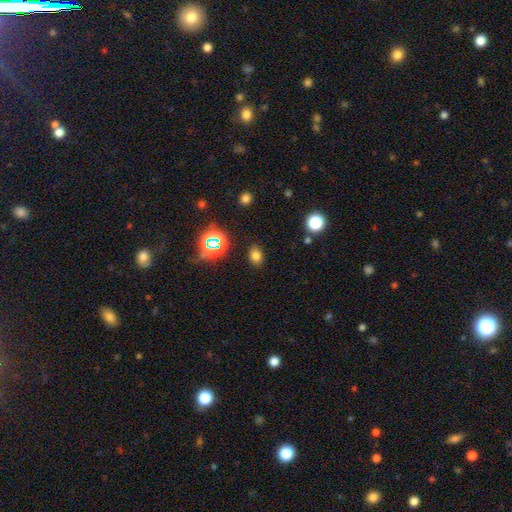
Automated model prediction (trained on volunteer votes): Smooth or featured: smooth — 72% (star or artifact — 21%)
How rounded: in between — 61% (round — 38%)
Merging: none — 84% (minor disturbance — 10%)